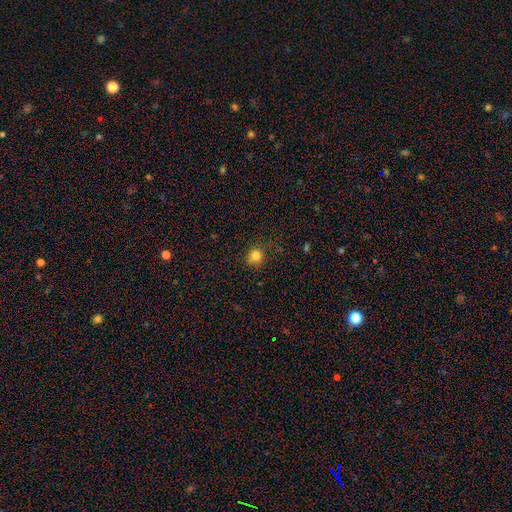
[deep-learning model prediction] A smooth galaxy with no disk features (82%) that is round (88%).

Vote fractions:
- Smooth or featured? smooth: 82% / star or artifact: 13% / featured or disk: 5%
- How rounded? round: 88% / in between: 11% / cigar-shaped: 1%
- Merging? none: 86% / minor disturbance: 10% / major disturbance: 3% / merger: 1%